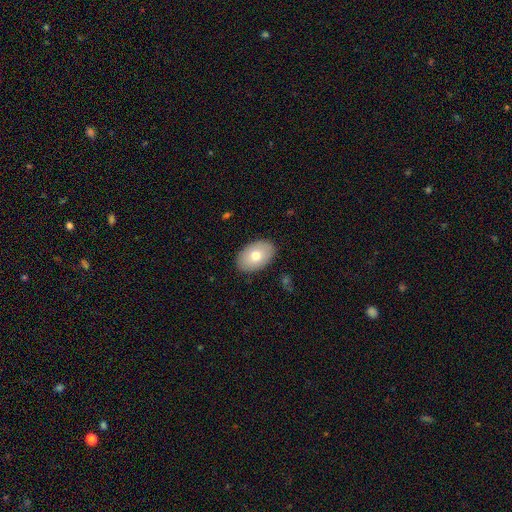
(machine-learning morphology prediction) This appears to be a smooth galaxy with no disk features (73%) that is in between round and cigar-shaped (90%). Merging: none (88%).